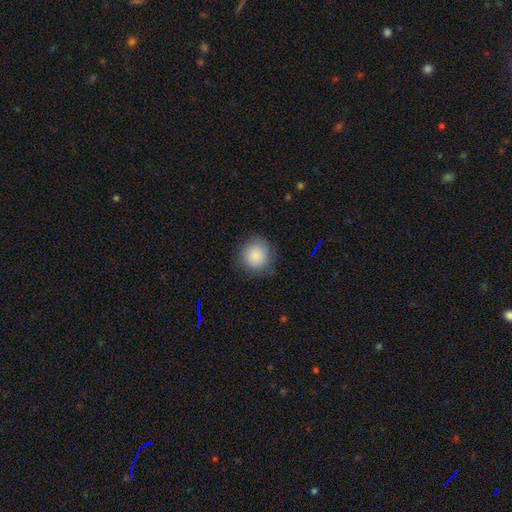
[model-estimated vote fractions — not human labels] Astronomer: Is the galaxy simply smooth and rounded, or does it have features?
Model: smooth — 87%.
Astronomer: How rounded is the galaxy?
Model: round — 92%.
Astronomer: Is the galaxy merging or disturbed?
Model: none — 85%.